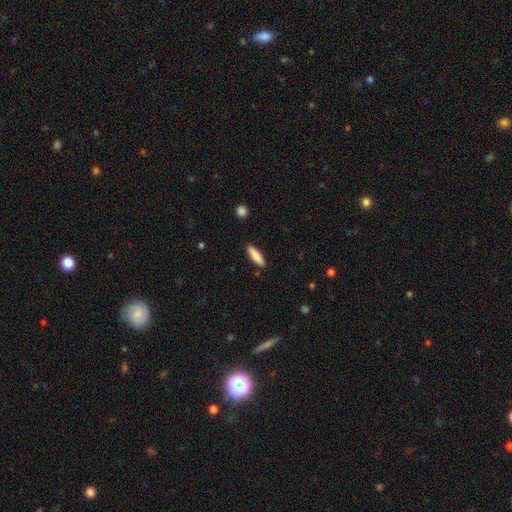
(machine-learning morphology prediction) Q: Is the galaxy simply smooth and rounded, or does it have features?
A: smooth — 81%.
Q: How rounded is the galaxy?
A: cigar-shaped — 59%.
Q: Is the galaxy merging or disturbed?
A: none — 88%.